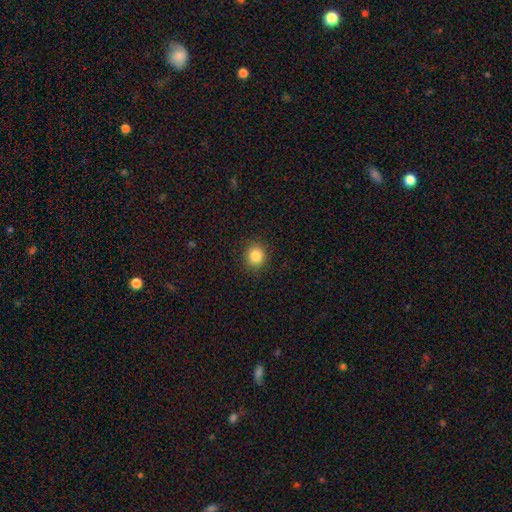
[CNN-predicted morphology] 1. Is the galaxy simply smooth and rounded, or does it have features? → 84% smooth, 11% star or artifact, 5% featured or disk.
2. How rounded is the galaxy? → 86% round, 13% in between, 1% cigar-shaped.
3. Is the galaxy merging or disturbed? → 91% none, 6% minor disturbance, 2% major disturbance, 1% merger.